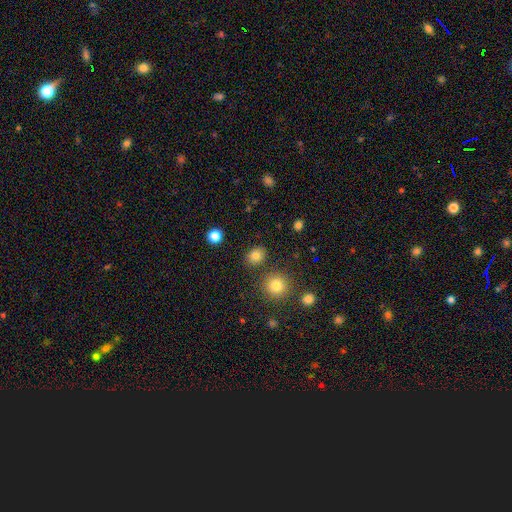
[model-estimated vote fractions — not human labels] This appears to be a smooth galaxy with no disk features (81%) that is round (58%). Merging: none (84%).